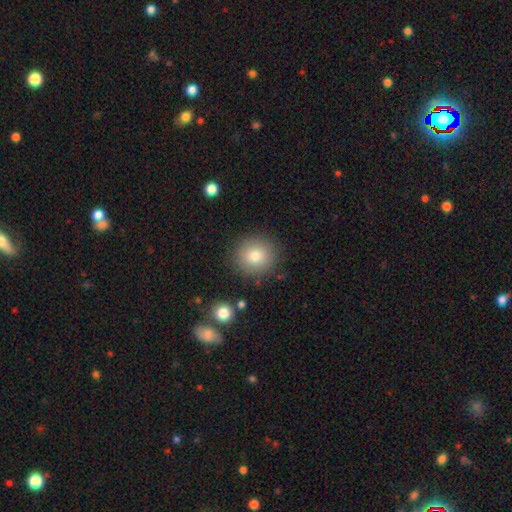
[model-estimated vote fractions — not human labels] Overall: smooth (78%). How rounded: round (90%). Merging: none (88%).